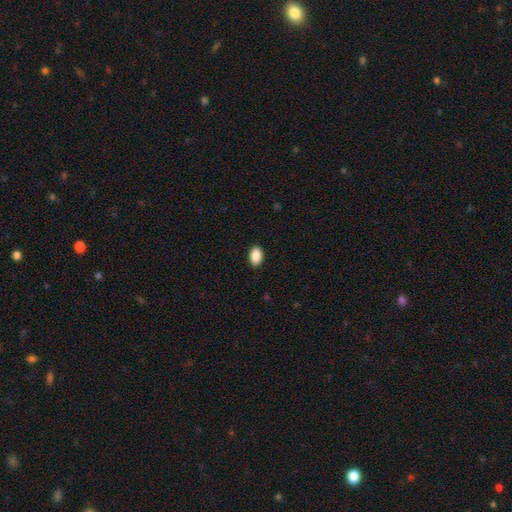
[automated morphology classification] Overall: smooth (89%). How rounded: in between (91%). Merging: none (89%).